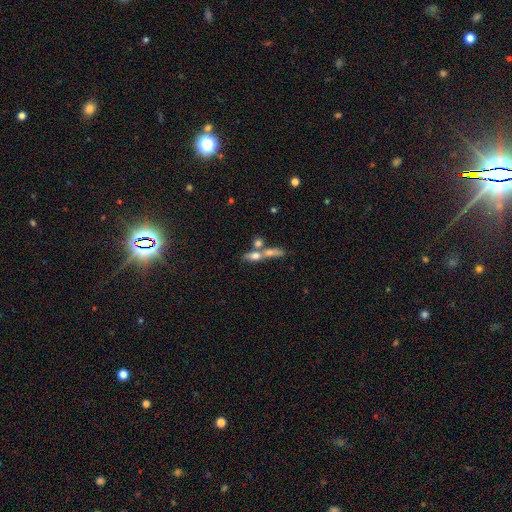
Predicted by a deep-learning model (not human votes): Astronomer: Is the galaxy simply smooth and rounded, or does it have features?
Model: smooth — 57% (runner-up: featured or disk, 32%).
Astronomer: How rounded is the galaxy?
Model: in between — 47% (runner-up: cigar-shaped, 39%).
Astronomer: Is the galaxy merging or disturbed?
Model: merger — 55% (runner-up: none, 30%).